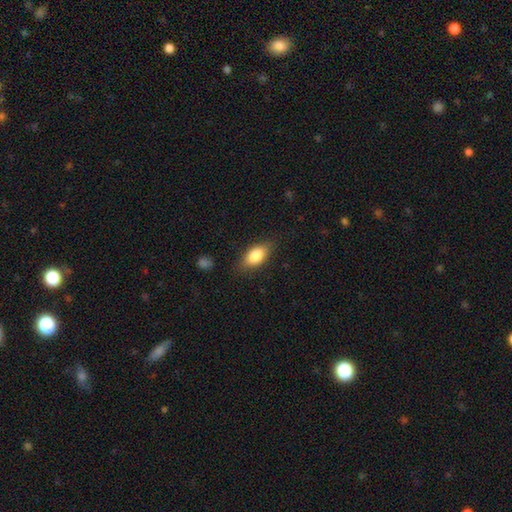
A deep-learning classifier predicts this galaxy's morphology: type=smooth (82%); roundness=in between (87%); merging=none (79%).